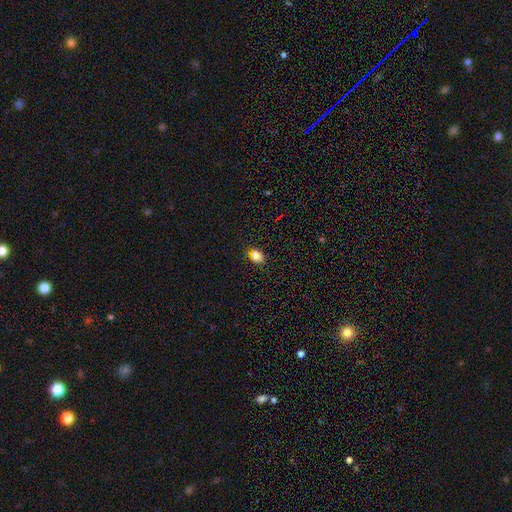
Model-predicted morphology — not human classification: Smooth or featured? Predicted: smooth (p=0.83). How rounded? Predicted: in between (p=0.65). Merging? Predicted: none (p=0.86).